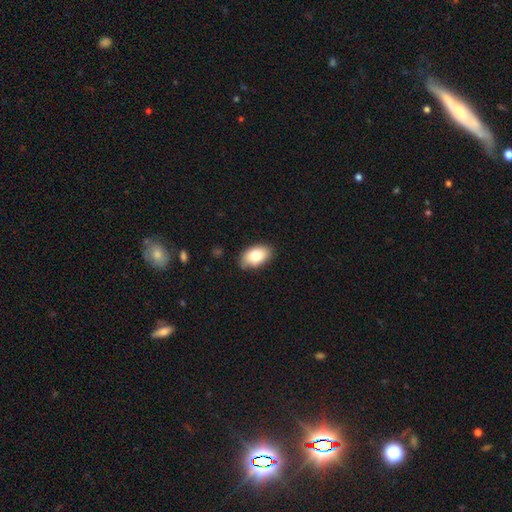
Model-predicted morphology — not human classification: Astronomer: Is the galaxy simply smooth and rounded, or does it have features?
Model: smooth — 80%.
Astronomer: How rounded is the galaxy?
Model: in between — 92%.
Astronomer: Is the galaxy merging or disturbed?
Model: none — 83%.